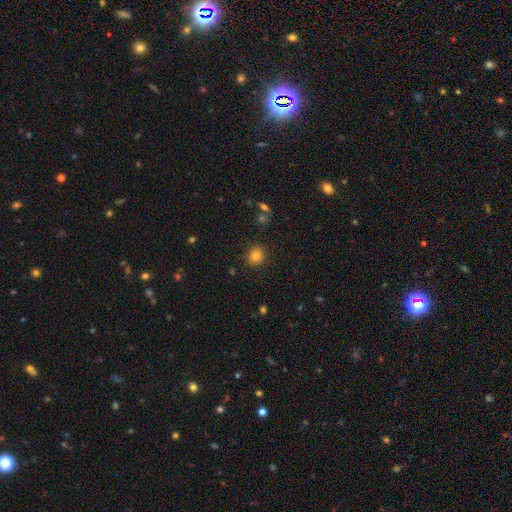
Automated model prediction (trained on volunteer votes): A smooth galaxy with no disk features (82%) that is round (85%).

Vote fractions:
- Smooth or featured? smooth: 82% / star or artifact: 12% / featured or disk: 5%
- How rounded? round: 85% / in between: 14% / cigar-shaped: 1%
- Merging? none: 89% / minor disturbance: 7% / major disturbance: 2% / merger: 2%